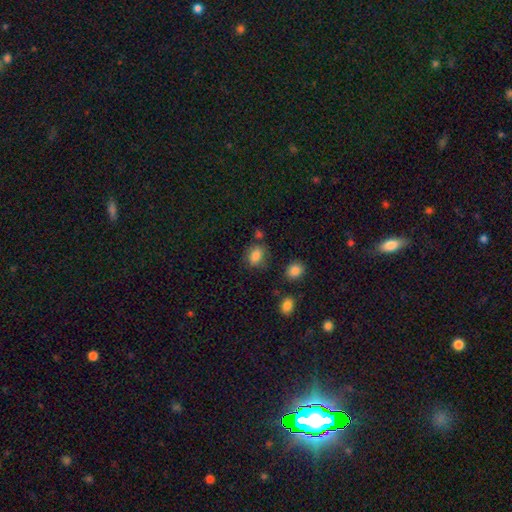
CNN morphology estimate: A smooth galaxy with no disk features (83%) that is in between round and cigar-shaped (72%).

Vote fractions:
- Smooth or featured? smooth: 83% / star or artifact: 10% / featured or disk: 7%
- How rounded? in between: 72% / round: 26% / cigar-shaped: 2%
- Merging? none: 70% / minor disturbance: 18% / merger: 7% / major disturbance: 5%